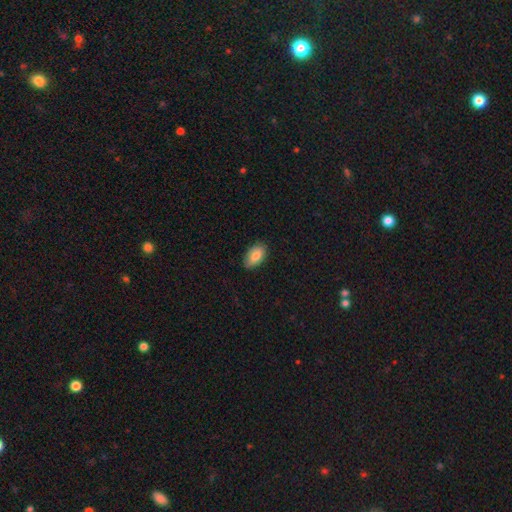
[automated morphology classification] smooth_or_featured: smooth (p=0.83) [alt: featured or disk p=0.11]
how_rounded: in between (p=0.94) [alt: round p=0.04]
merging: none (p=0.83) [alt: minor disturbance p=0.14]